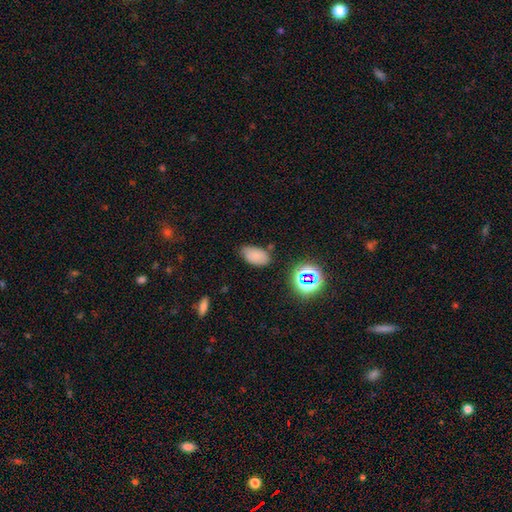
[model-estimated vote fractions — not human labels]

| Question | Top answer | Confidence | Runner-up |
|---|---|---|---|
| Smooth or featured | smooth | 75% | star or artifact (16%) |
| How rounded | in between | 92% | round (6%) |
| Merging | none | 76% | minor disturbance (17%) |